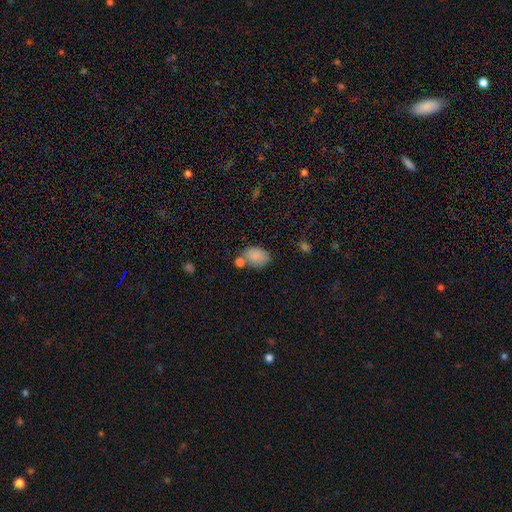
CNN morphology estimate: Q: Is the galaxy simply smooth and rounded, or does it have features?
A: smooth — 84%.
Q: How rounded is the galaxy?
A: in between — 81%.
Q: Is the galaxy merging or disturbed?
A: none — 56%.